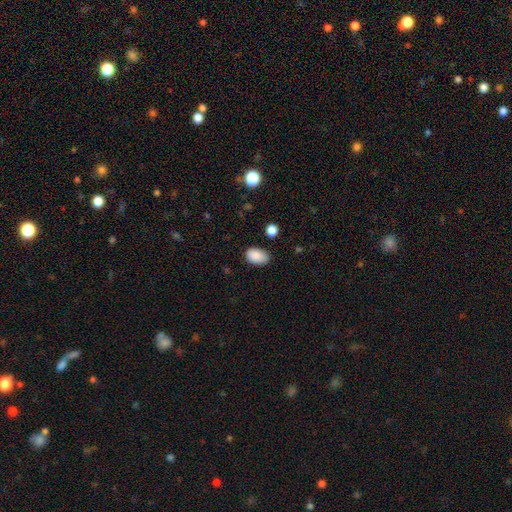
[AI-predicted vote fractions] The model was most divided on "merging": none: 77%, minor disturbance: 18%, major disturbance: 3%, merger: 2%. More confident: how rounded — in between (90%); smooth or featured — smooth (88%).